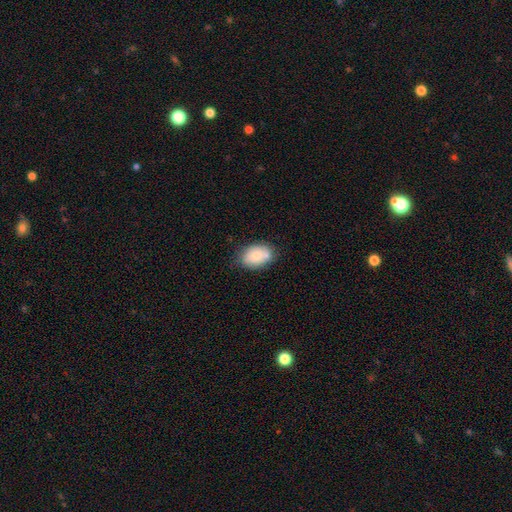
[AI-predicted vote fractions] Smooth or featured: smooth — 78% (featured or disk — 15%)
How rounded: in between — 86% (round — 13%)
Merging: none — 65% (minor disturbance — 20%)